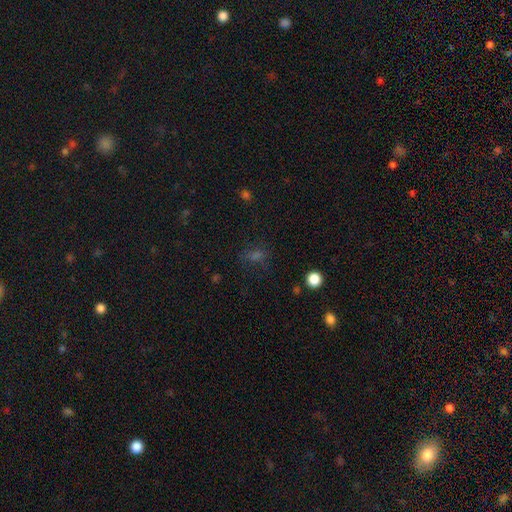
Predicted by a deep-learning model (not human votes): A smooth galaxy with no disk features (50%).

Vote fractions:
- Smooth or featured? smooth: 50% / star or artifact: 36% / featured or disk: 14%
- Merging? none: 70% / minor disturbance: 16% / major disturbance: 11% / merger: 3%